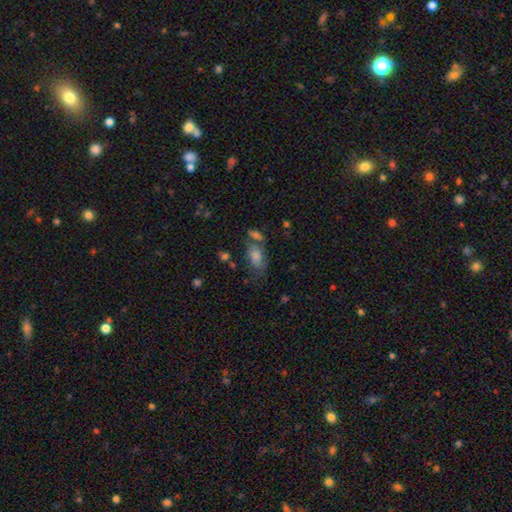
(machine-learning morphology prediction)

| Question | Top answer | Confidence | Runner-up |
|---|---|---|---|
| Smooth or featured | smooth | 61% | featured or disk (22%) |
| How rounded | in between | 86% | round (9%) |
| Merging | none | 49% | merger (22%) |